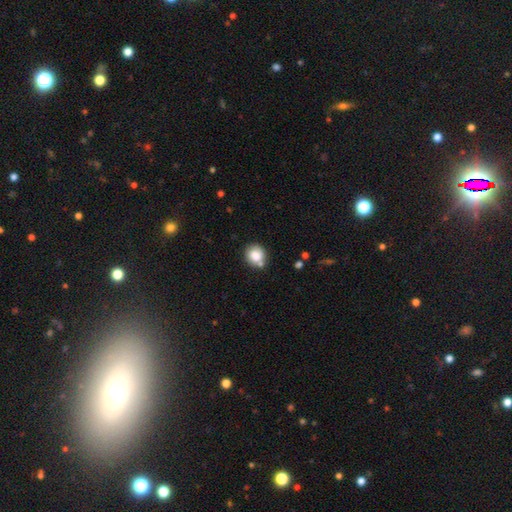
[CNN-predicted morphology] smooth-or-featured: smooth: 82% | star or artifact: 9% | featured or disk: 9%
  how-rounded: round: 81% | in between: 18% | cigar-shaped: 1%
  merging: none: 66% | minor disturbance: 16% | merger: 13% | major disturbance: 4%